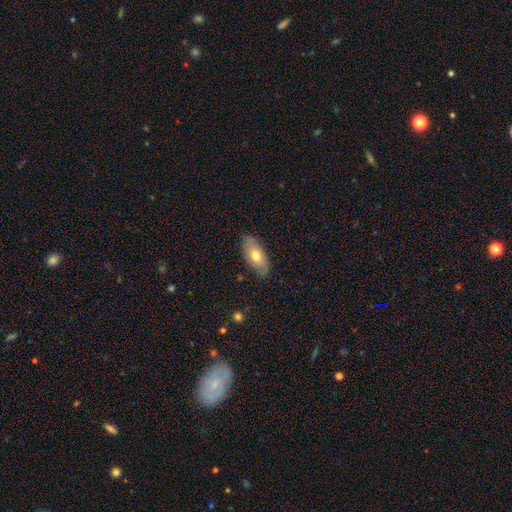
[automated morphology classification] Overall: smooth (59%; featured or disk 35%). How rounded: in between (89%). Merging: none (80%).